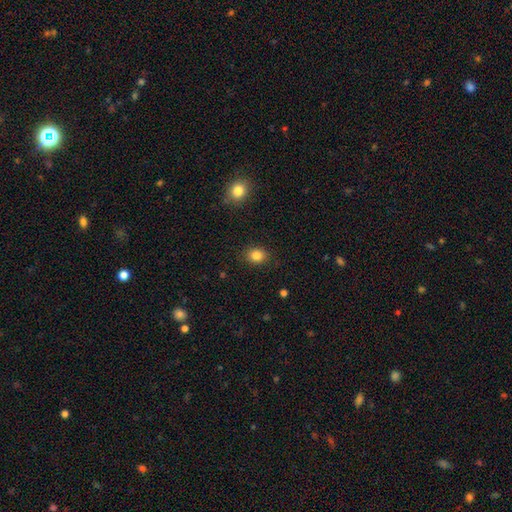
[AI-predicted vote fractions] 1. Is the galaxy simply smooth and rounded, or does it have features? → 84% smooth, 11% star or artifact, 5% featured or disk.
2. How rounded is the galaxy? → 59% round, 41% in between, 1% cigar-shaped.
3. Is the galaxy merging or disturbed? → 87% none, 9% minor disturbance, 3% major disturbance, 1% merger.